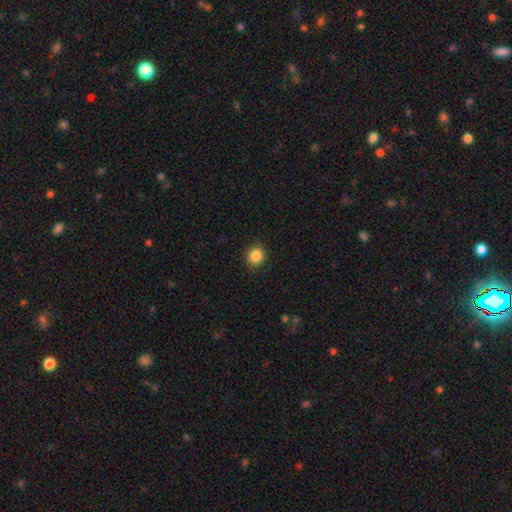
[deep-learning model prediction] Overall: smooth (86%). How rounded: round (85%). Merging: none (90%).